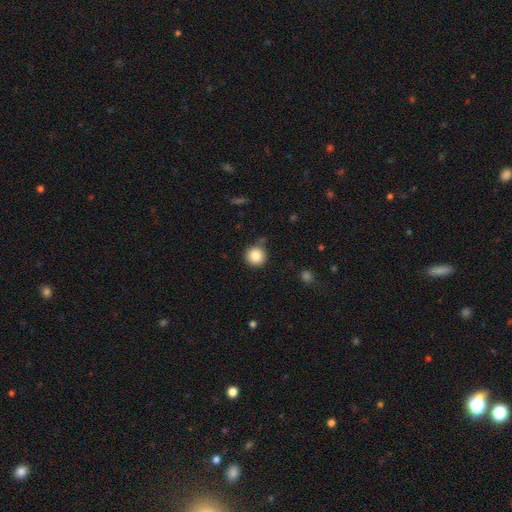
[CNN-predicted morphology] Smooth or featured? Predicted: smooth (p=0.85). How rounded? Predicted: round (p=0.95). Merging? Predicted: none (p=0.83).